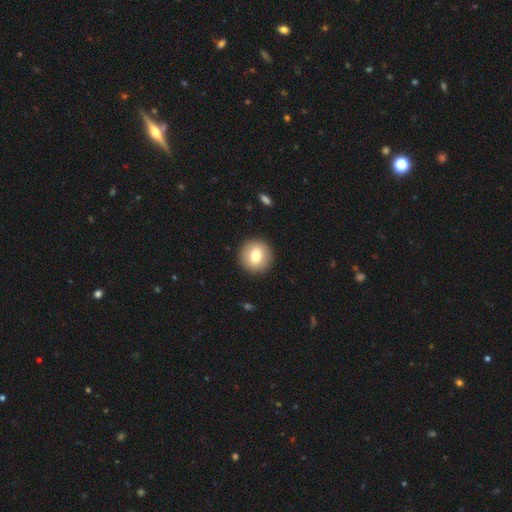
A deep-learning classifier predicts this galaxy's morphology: Overall: smooth (77%). How rounded: round (93%). Merging: none (92%).